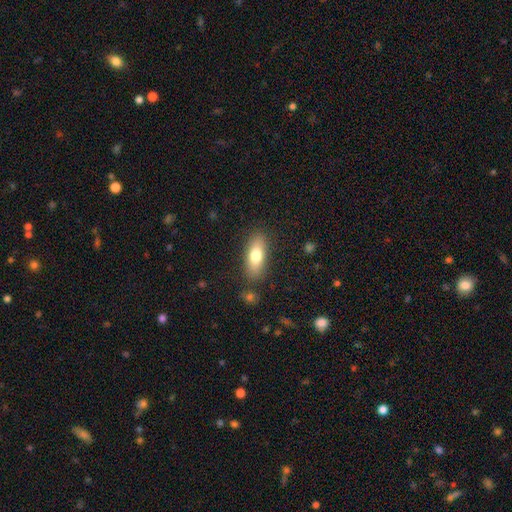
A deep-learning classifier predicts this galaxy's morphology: A smooth galaxy with no disk features (75%) that is in between round and cigar-shaped (74%). Merging: none (84%).